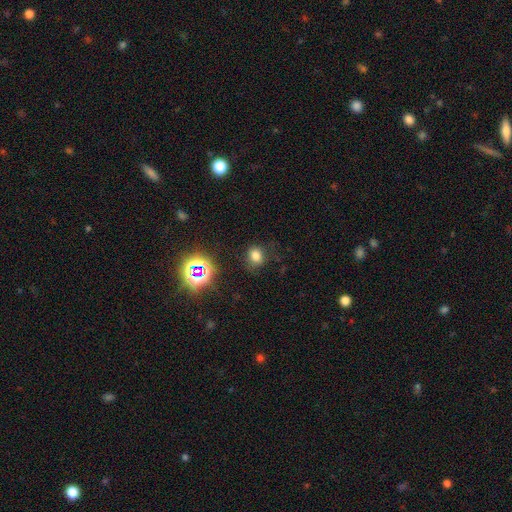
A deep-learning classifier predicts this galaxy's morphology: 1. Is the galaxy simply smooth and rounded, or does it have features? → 72% smooth, 20% star or artifact, 7% featured or disk.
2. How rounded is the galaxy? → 58% round, 41% in between, 1% cigar-shaped.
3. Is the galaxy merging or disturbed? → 76% none, 16% minor disturbance, 6% major disturbance, 2% merger.